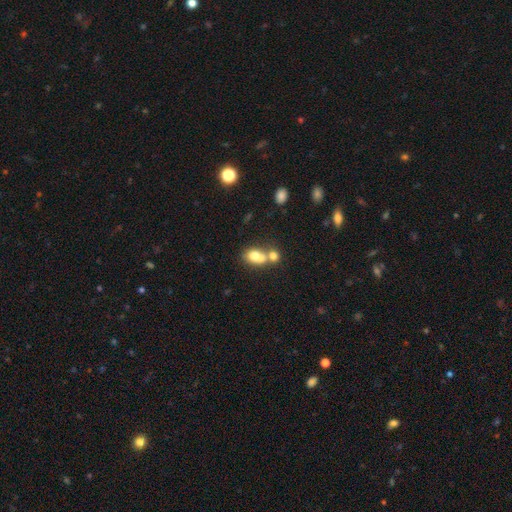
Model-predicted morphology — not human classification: The model was most divided on "how rounded": in between: 67%, round: 31%, cigar-shaped: 2%. More confident: smooth or featured — smooth (73%); merging — merger (63%).